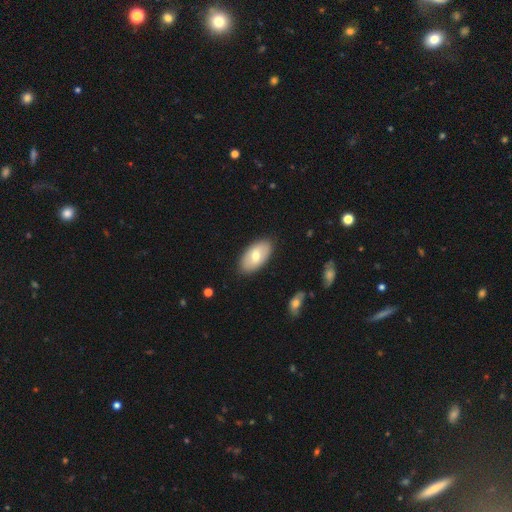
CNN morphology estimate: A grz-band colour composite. It shows a smooth galaxy with no disk features (66%) that is in between round and cigar-shaped (95%). Merging: none (86%).